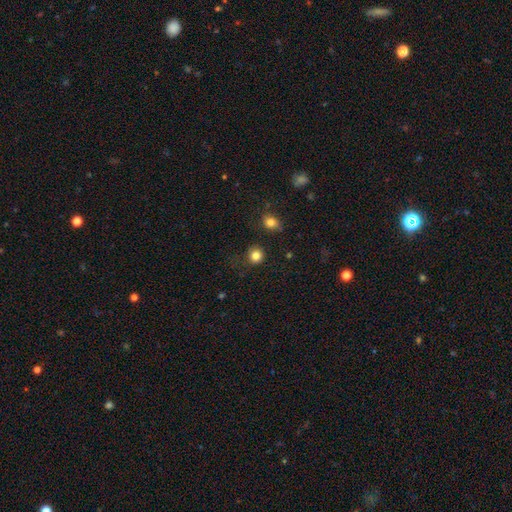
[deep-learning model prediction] Morphology: type=smooth (83%); roundness=round (90%); merging=none (84%).